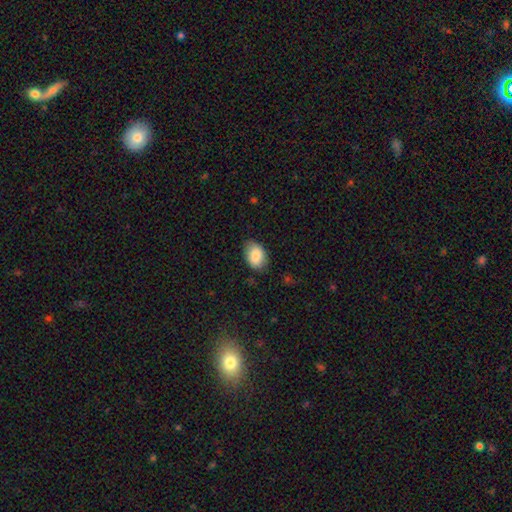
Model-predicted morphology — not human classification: Smooth or featured? Predicted: smooth (p=0.86). How rounded? Predicted: in between (p=0.86). Merging? Predicted: none (p=0.78).